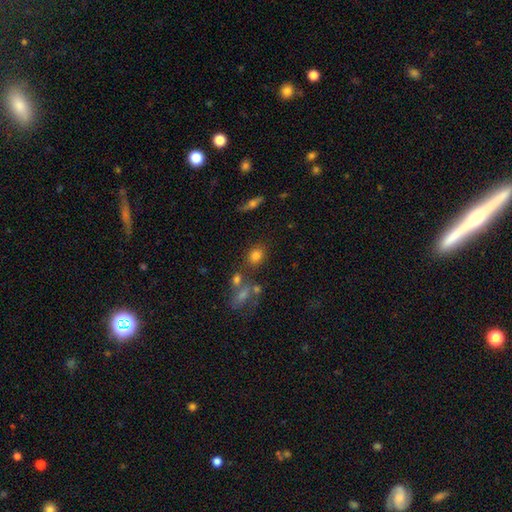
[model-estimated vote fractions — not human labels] smooth_or_featured: smooth (p=0.80) [alt: star or artifact p=0.12]
how_rounded: in between (p=0.52) [alt: round p=0.46]
merging: none (p=0.70) [alt: minor disturbance p=0.13]